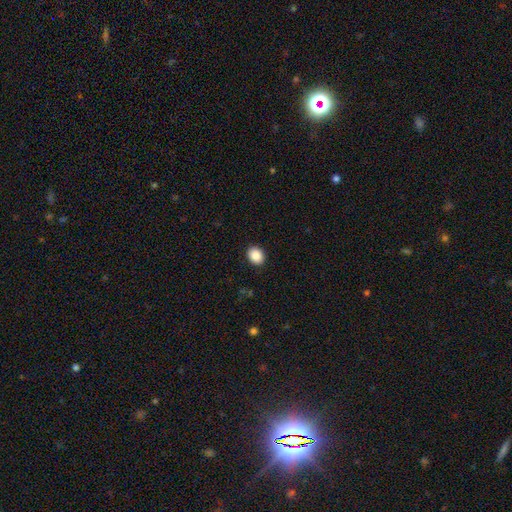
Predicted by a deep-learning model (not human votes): Q: Smooth or featured?
A: smooth (88%); runner-up: star or artifact (8%)
Q: How rounded?
A: in between (51%); runner-up: round (48%)
Q: Merging?
A: none (91%); runner-up: minor disturbance (6%)